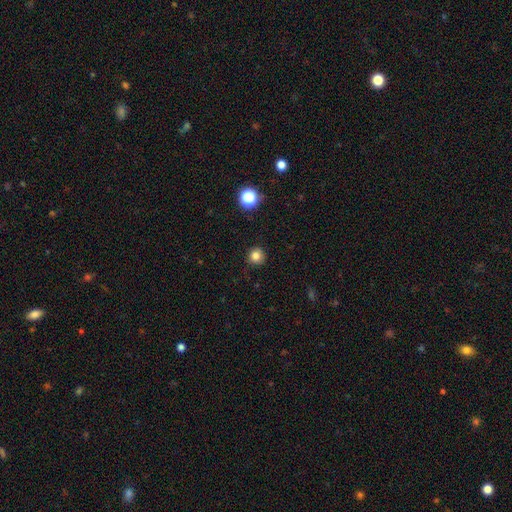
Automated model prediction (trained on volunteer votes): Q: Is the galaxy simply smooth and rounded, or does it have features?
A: smooth — 81%.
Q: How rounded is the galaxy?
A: round — 93%.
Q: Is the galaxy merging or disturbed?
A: none — 89%.